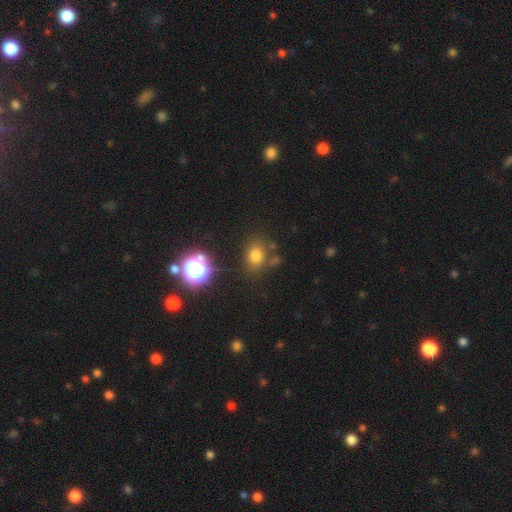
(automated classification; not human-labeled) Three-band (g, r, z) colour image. It shows a smooth galaxy with no disk features (72%) that is in between round and cigar-shaped (53%). Merging: none (74%).